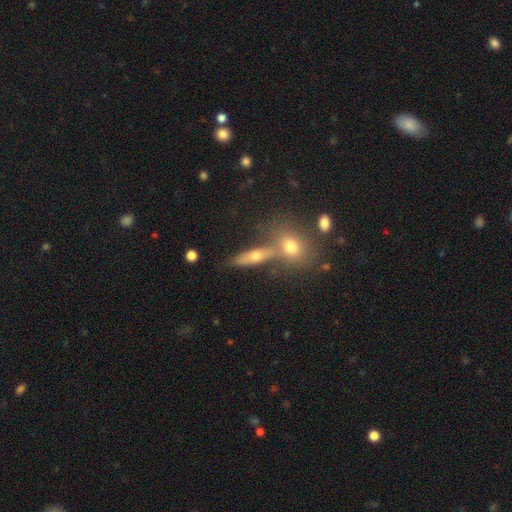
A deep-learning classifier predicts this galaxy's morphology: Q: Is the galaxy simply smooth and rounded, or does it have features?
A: smooth — 51%.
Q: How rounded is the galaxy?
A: cigar-shaped — 49%.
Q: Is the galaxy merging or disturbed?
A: none — 59%.